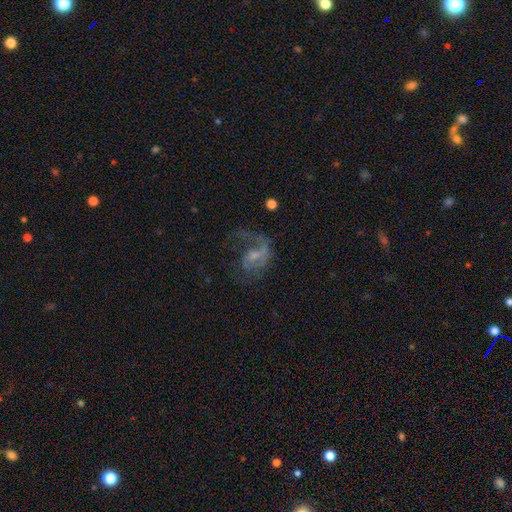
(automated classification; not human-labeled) Smooth or featured: featured or disk — 72% (smooth — 17%)
Edge-on disk: no — 98% (yes — 2%)
Bar: no — 47% (weak — 44%)
Spiral arms: yes — 81% (no — 19%)
Spiral winding: loose — 54% (medium — 36%)
Spiral arm count: 1 — 56% (2 — 32%)
Bulge size: small — 47% (moderate — 27%)
Merging: major disturbance — 42% (none — 38%)